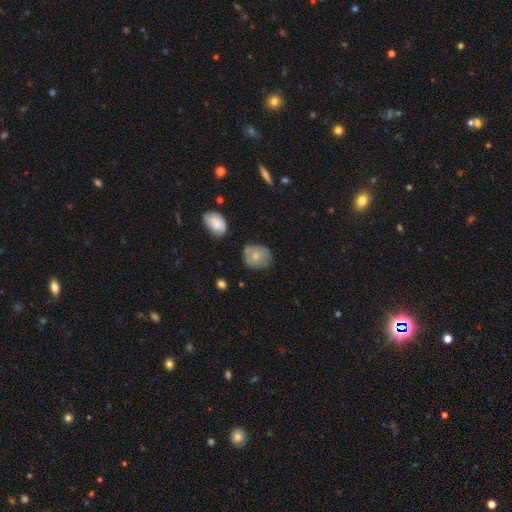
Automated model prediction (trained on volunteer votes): This appears to be a smooth galaxy with no disk features (65%) that is round (67%). Merging: none (59%).